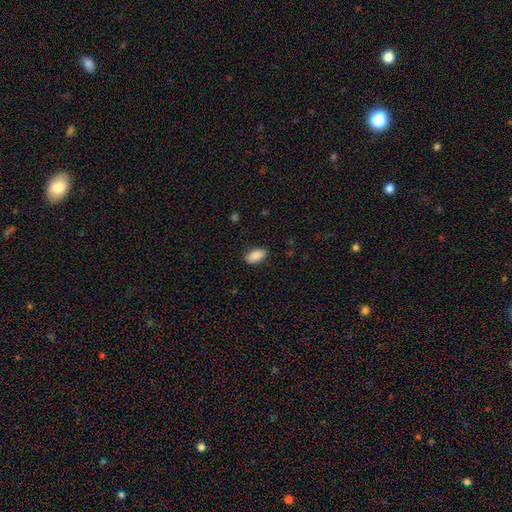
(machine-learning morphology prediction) Smooth or featured?
  - smooth: 89% *
  - star or artifact: 7%
  - featured or disk: 4%
How rounded?
  - in between: 94% *
  - round: 3%
  - cigar-shaped: 3%
Merging?
  - none: 87% *
  - minor disturbance: 9%
  - major disturbance: 2%
  - merger: 1%